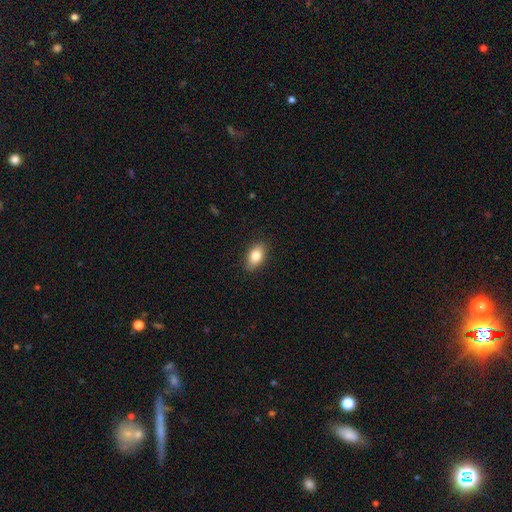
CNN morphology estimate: Q: Smooth or featured?
A: smooth (82%); runner-up: featured or disk (10%)
Q: How rounded?
A: in between (87%); runner-up: round (9%)
Q: Merging?
A: none (86%); runner-up: minor disturbance (11%)